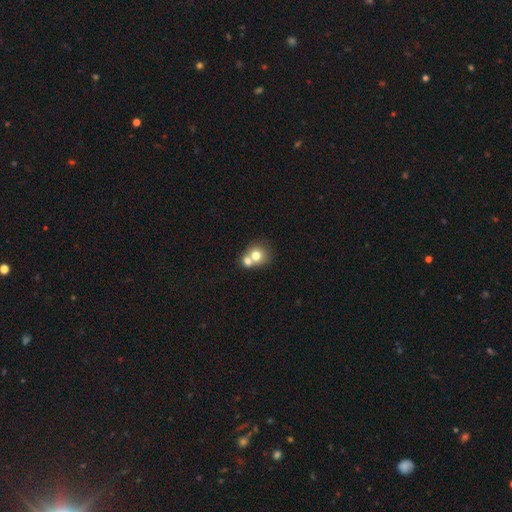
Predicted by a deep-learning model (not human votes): A smooth galaxy with no disk features (72%) that is round (79%).

Vote fractions:
- Smooth or featured? smooth: 72% / featured or disk: 17% / star or artifact: 11%
- How rounded? round: 79% / in between: 20% / cigar-shaped: 1%
- Merging? merger: 56% / none: 35% / minor disturbance: 6% / major disturbance: 3%